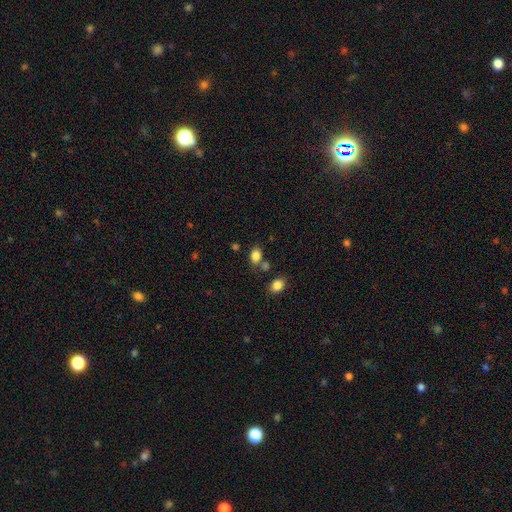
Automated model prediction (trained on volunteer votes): smooth-or-featured: smooth: 84% | star or artifact: 11% | featured or disk: 6%
  how-rounded: in between: 73% | round: 26% | cigar-shaped: 1%
  merging: none: 66% | merger: 17% | minor disturbance: 13% | major disturbance: 4%